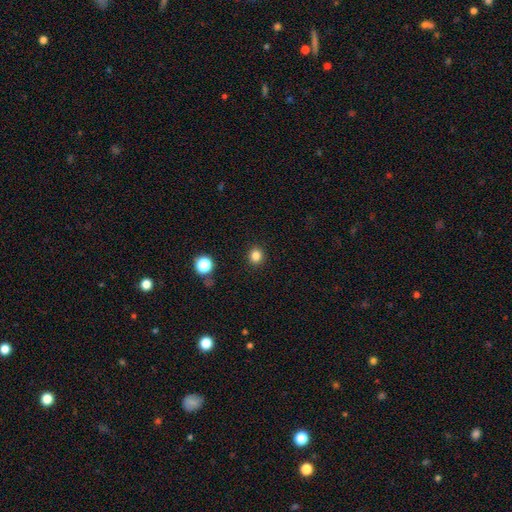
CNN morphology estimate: A smooth galaxy with no disk features (83%) that is round (90%).

Vote fractions:
- Smooth or featured? smooth: 83% / star or artifact: 13% / featured or disk: 4%
- How rounded? round: 90% / in between: 9% / cigar-shaped: 1%
- Merging? none: 92% / minor disturbance: 5% / major disturbance: 2% / merger: 1%